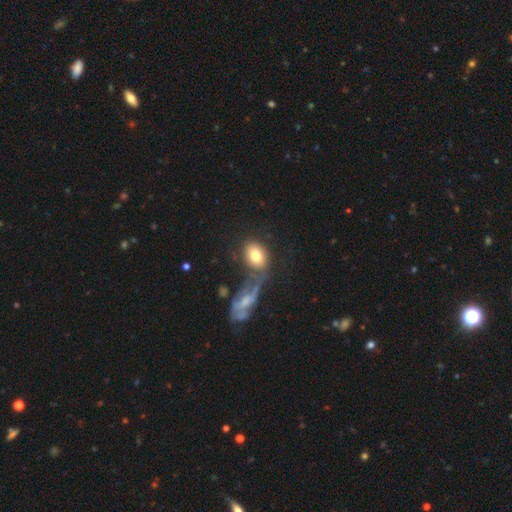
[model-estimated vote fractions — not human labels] Q: Smooth or featured?
A: smooth (74%); runner-up: featured or disk (17%)
Q: How rounded?
A: in between (71%); runner-up: round (27%)
Q: Merging?
A: none (48%); runner-up: merger (26%)